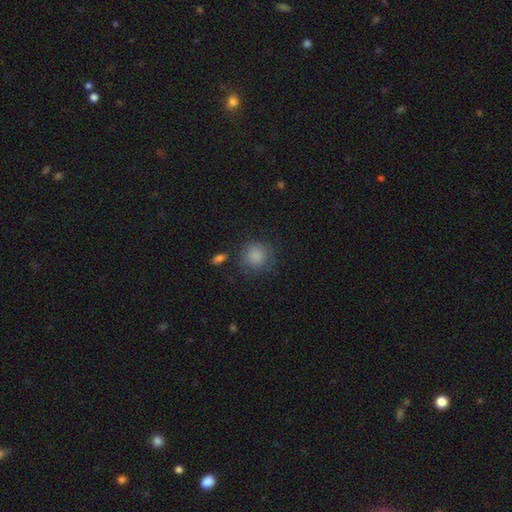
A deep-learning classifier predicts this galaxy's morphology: Smooth or featured? Predicted: smooth (p=0.86). How rounded? Predicted: round (p=0.90). Merging? Predicted: none (p=0.77).